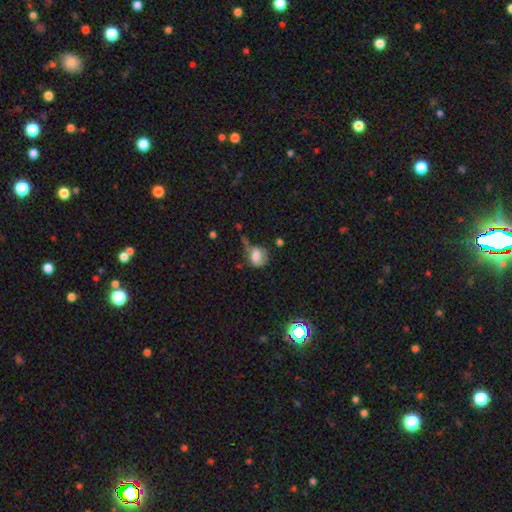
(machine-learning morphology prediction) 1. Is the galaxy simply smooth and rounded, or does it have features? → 66% smooth, 24% featured or disk, 10% star or artifact.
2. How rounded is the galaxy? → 61% round, 38% in between, 1% cigar-shaped.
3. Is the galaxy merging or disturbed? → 38% none, 31% minor disturbance, 22% major disturbance, 9% merger.